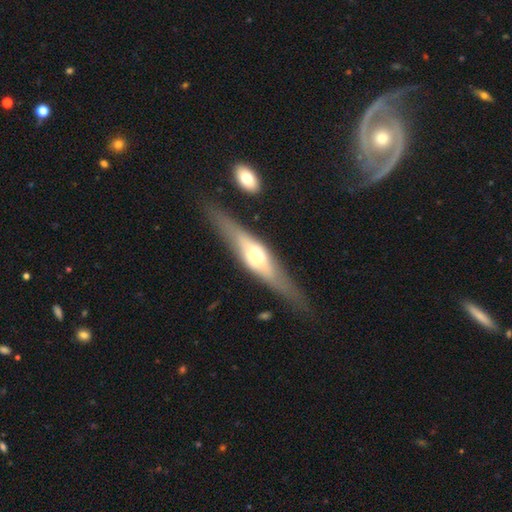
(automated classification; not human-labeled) This appears to be a featured or disk galaxy (68%) viewed edge-on (90%) with a rounded central bulge (87%). Merging: none (80%).